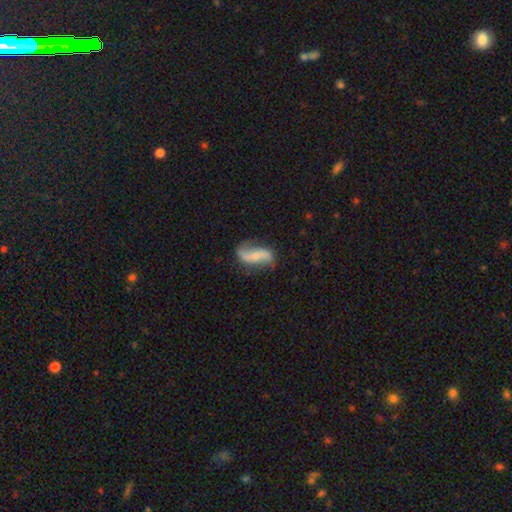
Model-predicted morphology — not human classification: Smooth or featured? Predicted: featured or disk (p=0.75). Edge-on disk? Predicted: no (p=0.94). Bar? Predicted: no (p=0.40). Spiral arms? Predicted: yes (p=0.92). Spiral winding? Predicted: loose (p=0.79). Spiral arm count? Predicted: 2 (p=0.90). Bulge size? Predicted: small (p=0.59). Merging? Predicted: none (p=0.71).